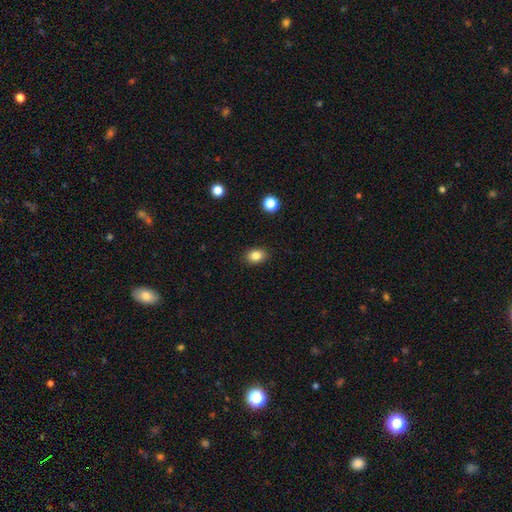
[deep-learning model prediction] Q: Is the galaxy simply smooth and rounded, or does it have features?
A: smooth — 84%.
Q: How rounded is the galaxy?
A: in between — 69%.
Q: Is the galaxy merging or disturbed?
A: none — 88%.